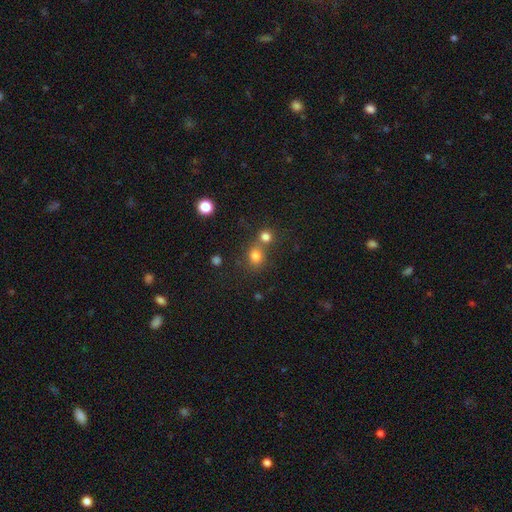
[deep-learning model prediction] Morphology: type=smooth (77%); roundness=round (72%); merging=none (54%).